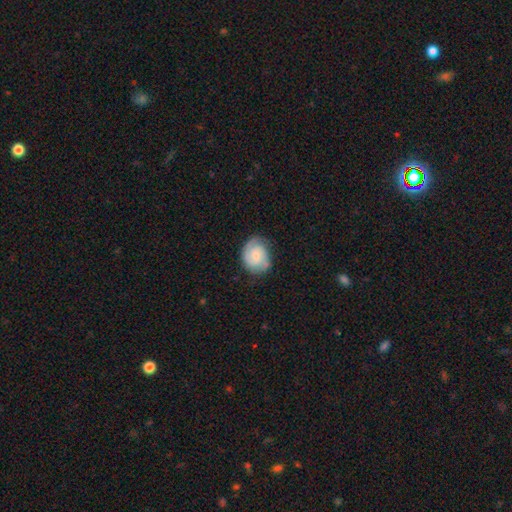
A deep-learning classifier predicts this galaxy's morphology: The model was most divided on "spiral winding": tight: 52%, medium: 37%, loose: 11%. More confident: edge-on disk — no (98%); spiral arms — yes (93%); merging — none (71%); spiral arm count — 2 (67%); bar — no (64%); smooth or featured — featured or disk (62%); bulge size — small (56%).